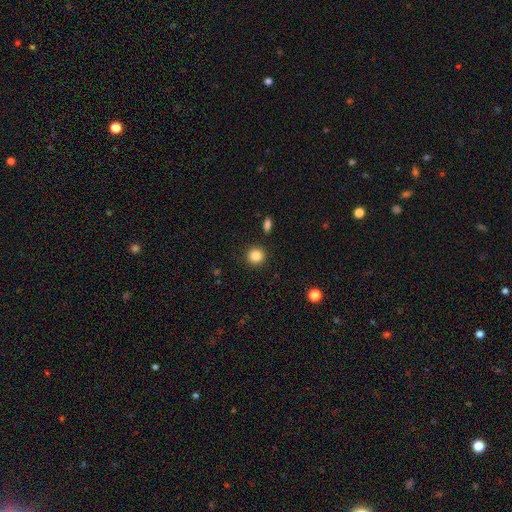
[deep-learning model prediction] smooth-or-featured: smooth: 86% | star or artifact: 10% | featured or disk: 4%
  how-rounded: round: 93% | in between: 6% | cigar-shaped: 1%
  merging: none: 91% | minor disturbance: 6% | major disturbance: 2% | merger: 2%